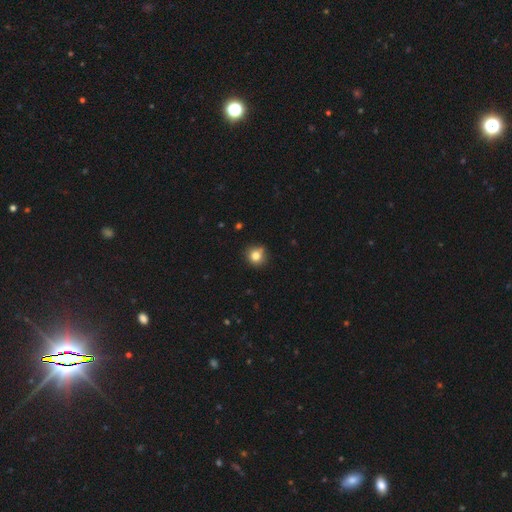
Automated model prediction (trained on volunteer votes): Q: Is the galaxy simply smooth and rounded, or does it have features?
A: smooth — 80%.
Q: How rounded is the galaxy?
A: round — 90%.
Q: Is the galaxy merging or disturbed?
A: none — 77%.